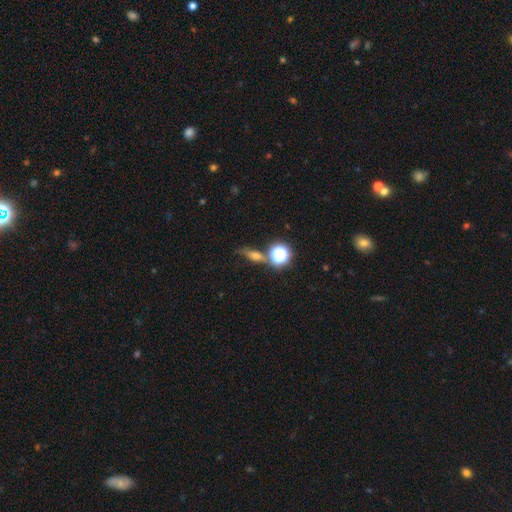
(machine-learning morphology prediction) Smooth or featured?
  - smooth: 51% *
  - featured or disk: 25%
  - star or artifact: 24%
How rounded?
  - in between: 38% *
  - cigar-shaped: 33%
  - round: 30%
Merging?
  - none: 65% *
  - minor disturbance: 16%
  - merger: 12%
  - major disturbance: 7%